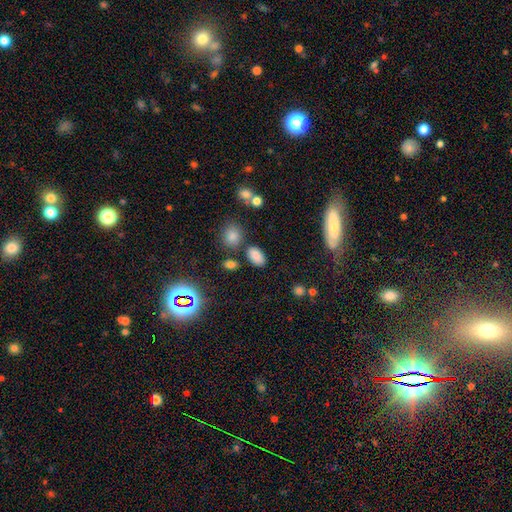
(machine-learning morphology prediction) smooth-or-featured: smooth: 82% | star or artifact: 12% | featured or disk: 5%
  how-rounded: in between: 90% | round: 8% | cigar-shaped: 2%
  merging: none: 80% | minor disturbance: 11% | merger: 6% | major disturbance: 3%